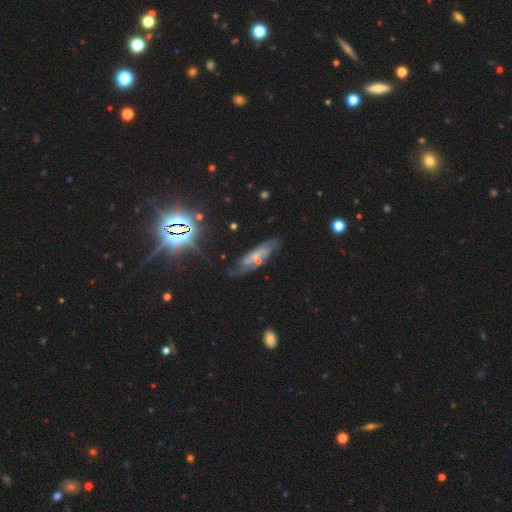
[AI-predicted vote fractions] The model was most divided on "smooth or featured": featured or disk: 52%, smooth: 32%, star or artifact: 16%. More confident: edge-on disk — no (64%); merging — none (59%).